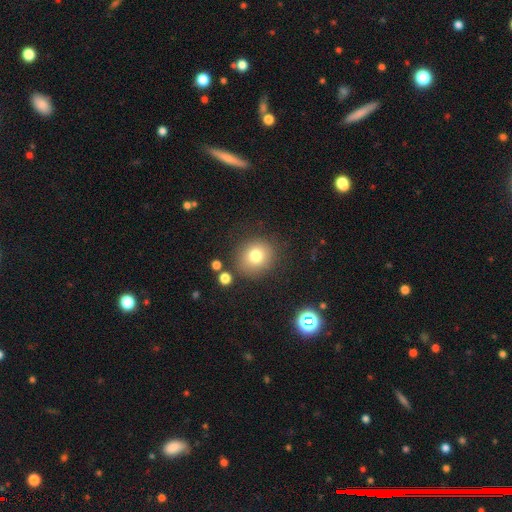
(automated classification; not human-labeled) Smooth or featured? smooth (76%)
How rounded? round (85%)
Merging? none (83%)